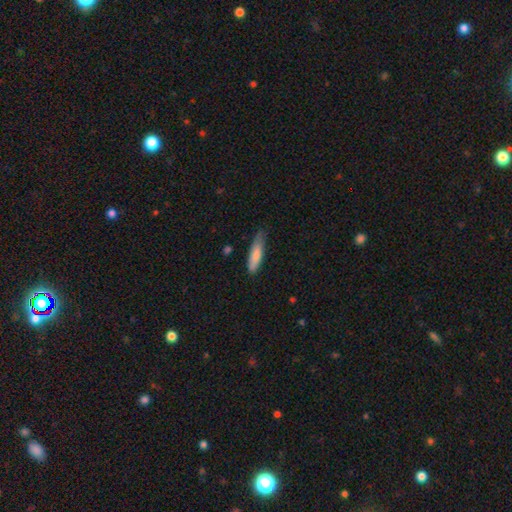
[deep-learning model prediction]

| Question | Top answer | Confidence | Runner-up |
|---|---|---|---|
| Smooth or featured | smooth | 80% | featured or disk (14%) |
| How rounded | cigar-shaped | 69% | in between (29%) |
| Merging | none | 61% | minor disturbance (32%) |